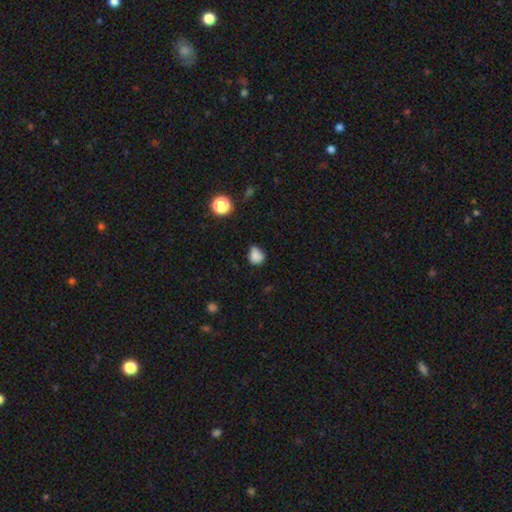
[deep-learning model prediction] smooth_or_featured: smooth (p=0.81) [alt: star or artifact p=0.11]
how_rounded: round (p=0.59) [alt: in between p=0.40]
merging: none (p=0.50) [alt: minor disturbance p=0.36]